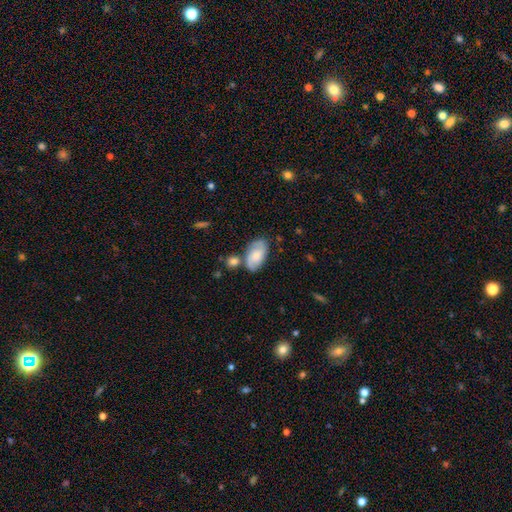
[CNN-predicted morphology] Q: Smooth or featured?
A: smooth (51%); runner-up: featured or disk (42%)
Q: How rounded?
A: in between (92%); runner-up: round (5%)
Q: Merging?
A: none (59%); runner-up: minor disturbance (19%)